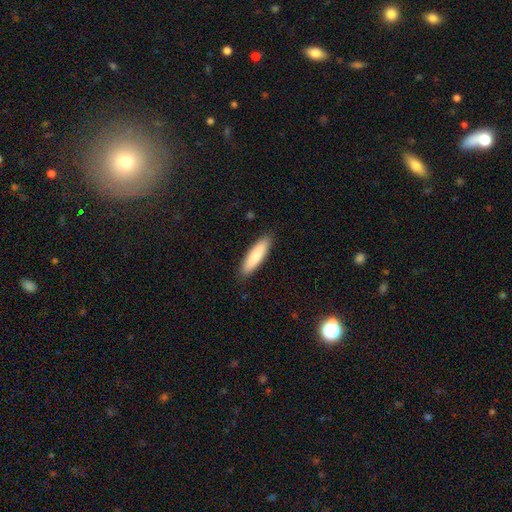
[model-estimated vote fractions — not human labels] Smooth or featured? Predicted: smooth (p=0.83). How rounded? Predicted: cigar-shaped (p=0.65). Merging? Predicted: none (p=0.89).